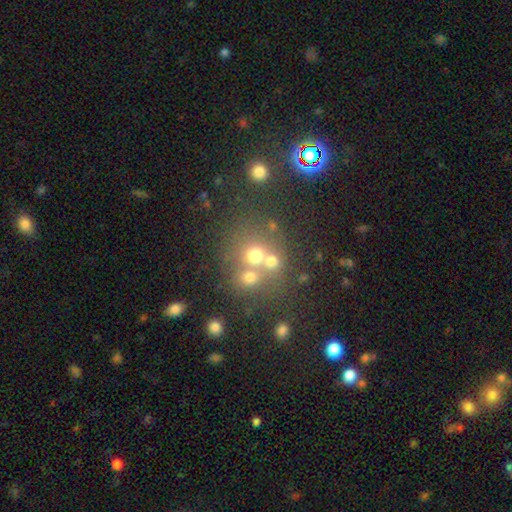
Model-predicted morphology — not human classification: This appears to be a smooth galaxy with no disk features (61%) that is round (83%). Merging: none (48%).